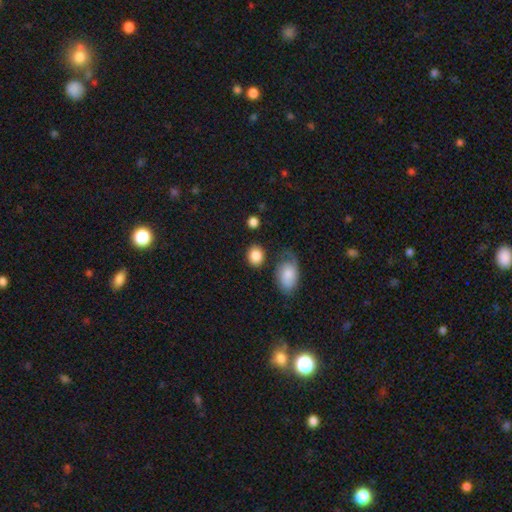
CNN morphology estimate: A smooth galaxy with no disk features (85%) that is round (58%). Merging: none (73%).